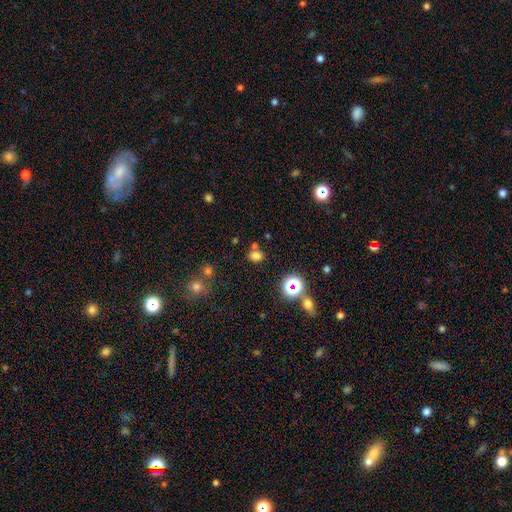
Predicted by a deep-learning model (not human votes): Smooth or featured? smooth (71%)
How rounded? round (53%)
Merging? none (68%)